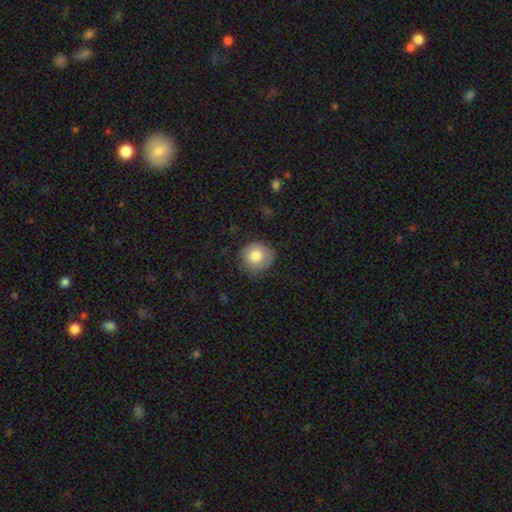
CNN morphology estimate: Smooth or featured: smooth — 81% (featured or disk — 11%)
How rounded: round — 87% (in between — 12%)
Merging: none — 74% (minor disturbance — 20%)